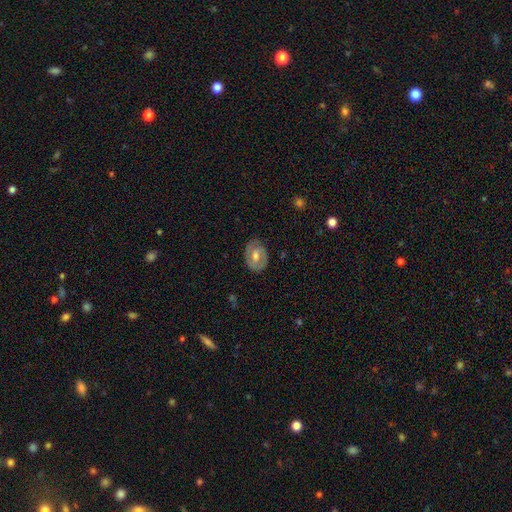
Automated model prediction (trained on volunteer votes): Morphology: type=featured or disk (57%); edge-on=no (95%); bar=weak (46%); spiral arms=yes (55%); bulge=moderate (70%); merging=none (79%).